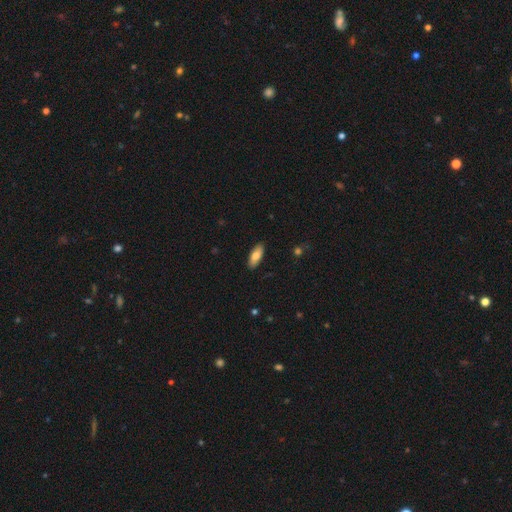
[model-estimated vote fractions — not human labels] Smooth or featured?
  - smooth: 79% *
  - featured or disk: 15%
  - star or artifact: 6%
How rounded?
  - in between: 83% *
  - cigar-shaped: 15%
  - round: 2%
Merging?
  - none: 88% *
  - minor disturbance: 9%
  - major disturbance: 2%
  - merger: 1%